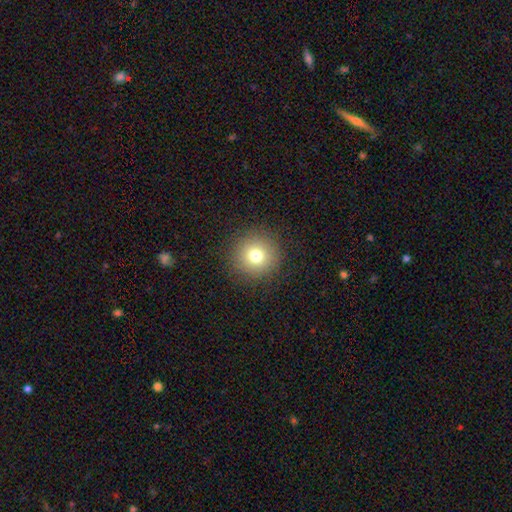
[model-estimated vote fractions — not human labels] Smooth or featured: smooth — 76% (star or artifact — 14%)
How rounded: round — 95% (in between — 4%)
Merging: none — 90% (minor disturbance — 6%)